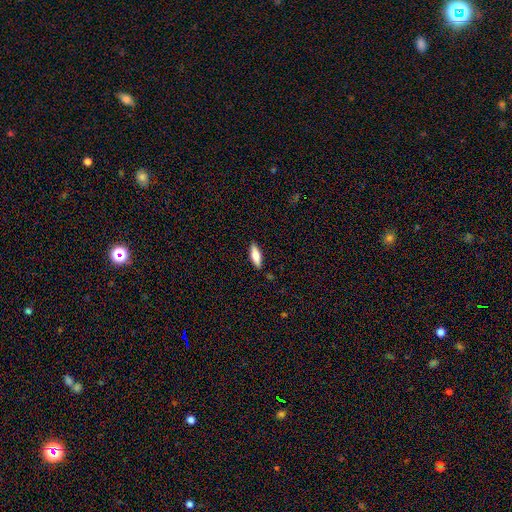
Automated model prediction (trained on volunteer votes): Smooth or featured?
  - smooth: 67% *
  - featured or disk: 27%
  - star or artifact: 6%
How rounded?
  - in between: 53% *
  - cigar-shaped: 44%
  - round: 2%
Merging?
  - none: 88% *
  - minor disturbance: 9%
  - major disturbance: 2%
  - merger: 1%